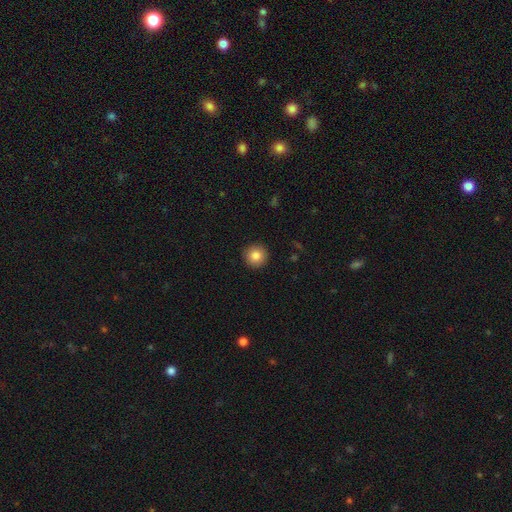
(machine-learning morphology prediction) This appears to be a smooth galaxy with no disk features (84%) that is round (96%). Merging: none (92%).